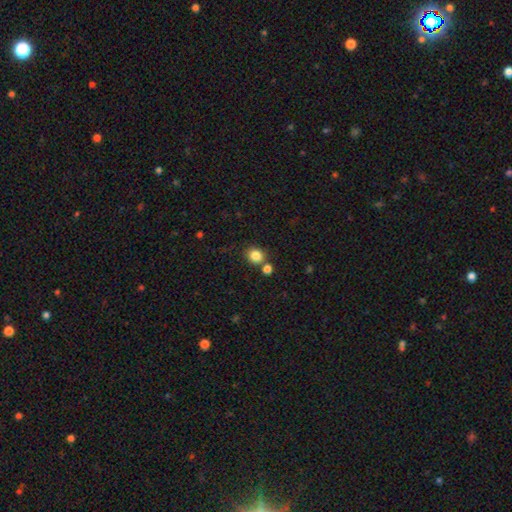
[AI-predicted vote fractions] A smooth galaxy with no disk features (84%) that is round (83%). Merging: none (72%).